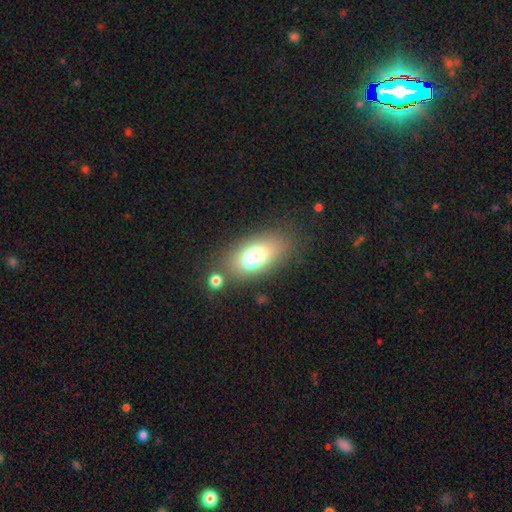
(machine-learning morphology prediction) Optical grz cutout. It shows a smooth galaxy with no disk features (68%) that is in between round and cigar-shaped (86%). Merging: none (55%).